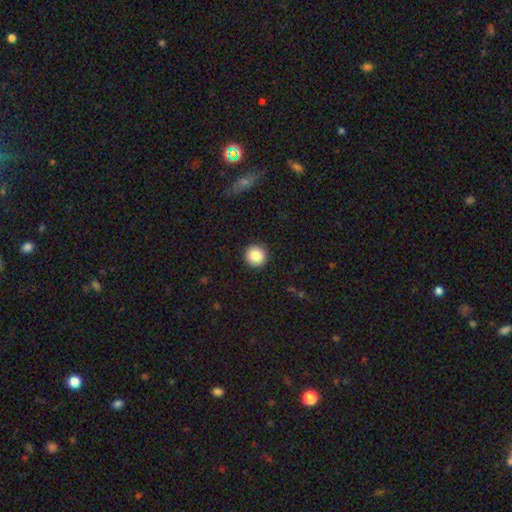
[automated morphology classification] Smooth or featured?
  - smooth: 87% *
  - star or artifact: 9%
  - featured or disk: 5%
How rounded?
  - round: 96% *
  - in between: 4%
  - cigar-shaped: 1%
Merging?
  - none: 92% *
  - minor disturbance: 5%
  - major disturbance: 2%
  - merger: 1%